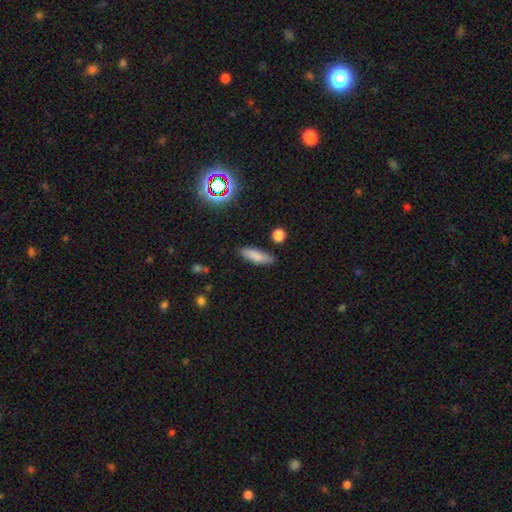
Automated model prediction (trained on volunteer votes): The model was most divided on "how rounded": cigar-shaped: 50%, in between: 47%, round: 3%. More confident: smooth or featured — smooth (81%); merging — none (80%).